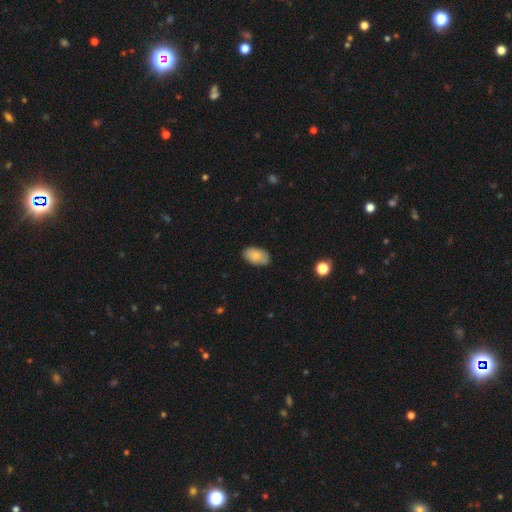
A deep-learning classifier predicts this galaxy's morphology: Q: Smooth or featured?
A: smooth (85%); runner-up: featured or disk (9%)
Q: How rounded?
A: in between (94%); runner-up: round (5%)
Q: Merging?
A: none (84%); runner-up: minor disturbance (13%)